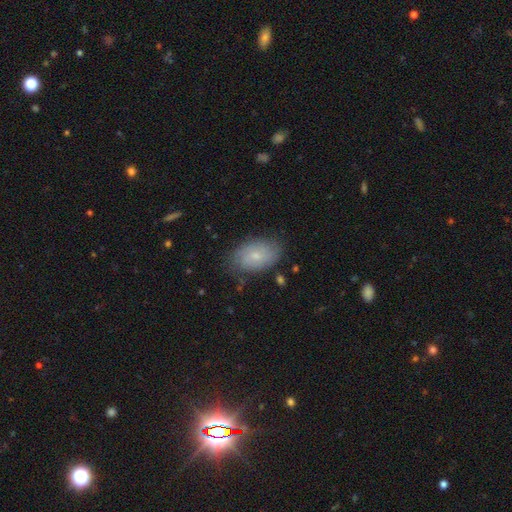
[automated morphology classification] A smooth galaxy with no disk features (53%) that is in between round and cigar-shaped (89%).

Vote fractions:
- Smooth or featured? smooth: 53% / featured or disk: 38% / star or artifact: 8%
- How rounded? in between: 89% / round: 10% / cigar-shaped: 2%
- Merging? none: 75% / minor disturbance: 19% / major disturbance: 5% / merger: 2%